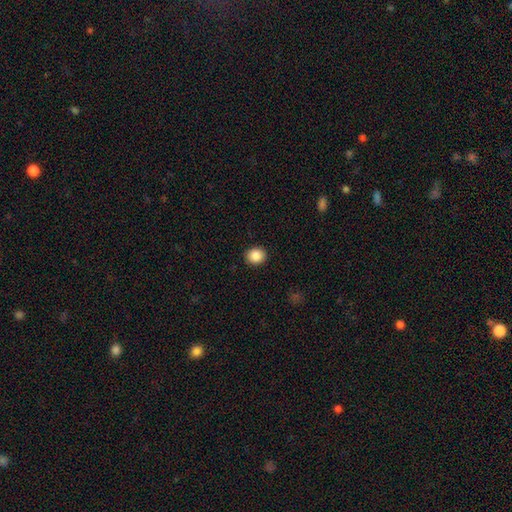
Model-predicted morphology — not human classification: type=smooth (87%); roundness=round (80%); merging=none (92%).